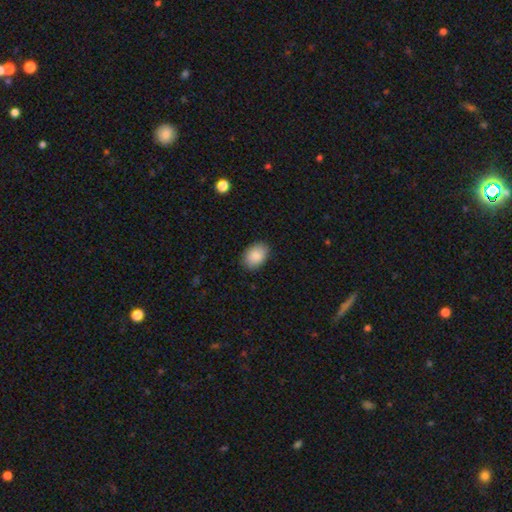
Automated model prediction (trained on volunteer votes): smooth-or-featured: smooth: 89% | star or artifact: 7% | featured or disk: 4%
  how-rounded: in between: 83% | round: 16% | cigar-shaped: 1%
  merging: none: 87% | minor disturbance: 10% | major disturbance: 2% | merger: 1%